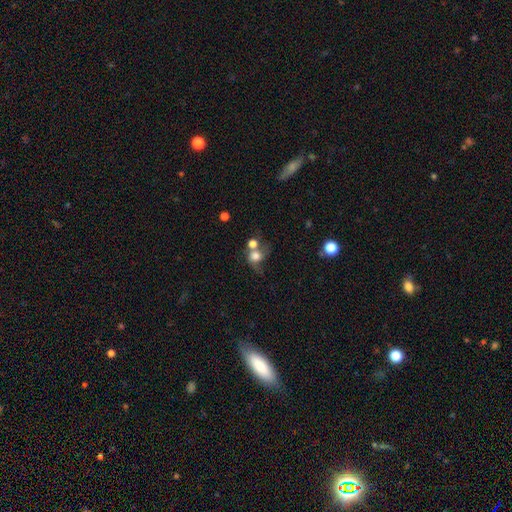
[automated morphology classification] The model was most divided on "merging": merger: 45%, none: 25%, major disturbance: 17%, minor disturbance: 13%. More confident: smooth or featured — smooth (65%); how rounded — round (64%).